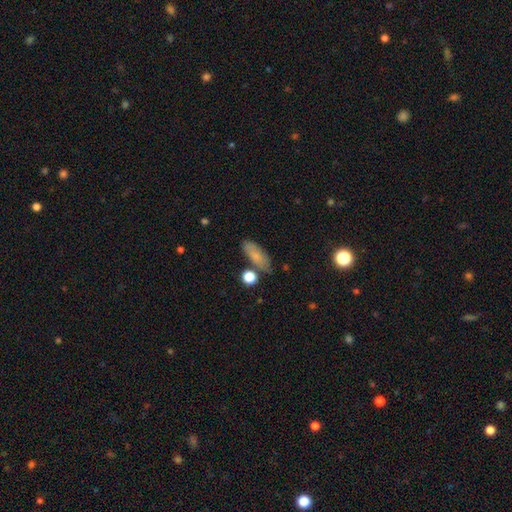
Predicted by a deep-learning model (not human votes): smooth 77%, featured or disk 14%, star or artifact 9%. Down the decision tree: how rounded — in between (69%); merging — none (70%).